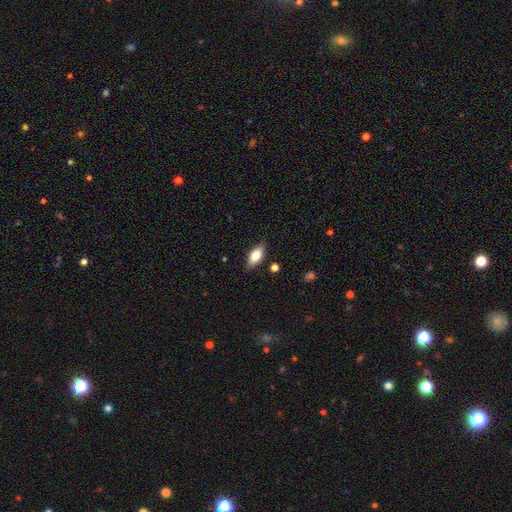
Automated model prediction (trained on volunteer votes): A smooth galaxy with no disk features (70%) that is in between round and cigar-shaped (83%). Merging: none (84%).